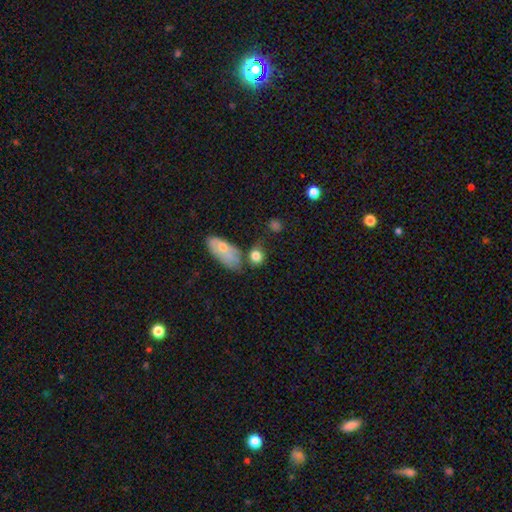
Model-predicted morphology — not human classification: A smooth galaxy with no disk features (80%) that is round (65%).

Vote fractions:
- Smooth or featured? smooth: 80% / featured or disk: 11% / star or artifact: 9%
- How rounded? round: 65% / in between: 32% / cigar-shaped: 3%
- Merging? none: 53% / merger: 20% / minor disturbance: 18% / major disturbance: 8%